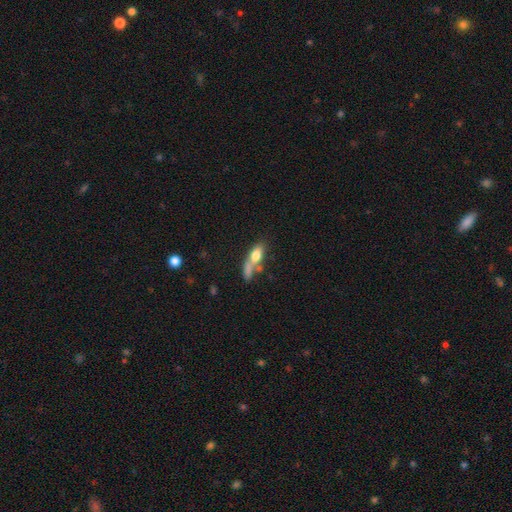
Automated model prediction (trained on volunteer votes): Overall: smooth (67%). How rounded: in between (63%; cigar-shaped 30%). Merging: merger (38%; none 31%).